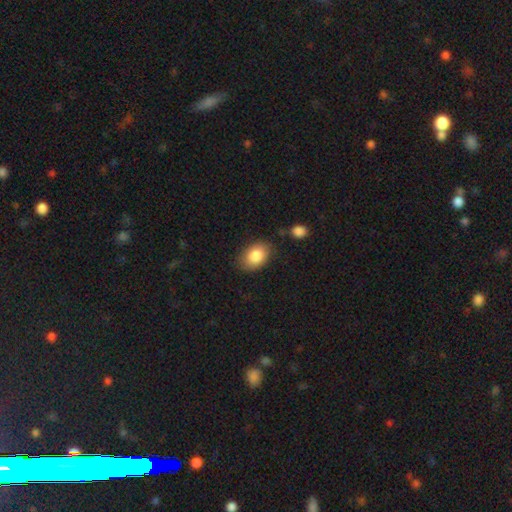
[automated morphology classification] Smooth or featured? smooth (85%)
How rounded? in between (82%)
Merging? none (80%)